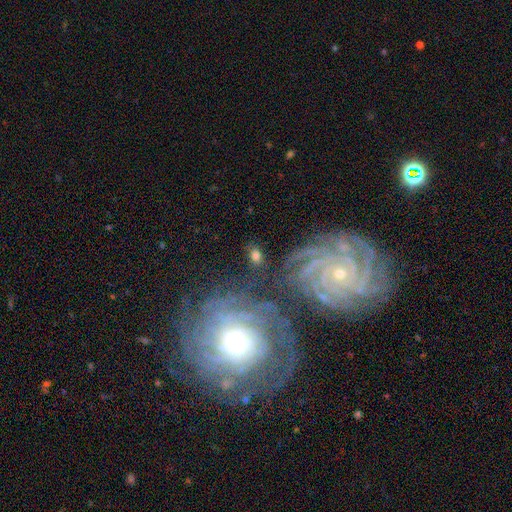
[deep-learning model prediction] smooth_or_featured: smooth (p=0.59) [alt: featured or disk p=0.29]
how_rounded: in between (p=0.69) [alt: round p=0.29]
merging: none (p=0.76) [alt: minor disturbance p=0.13]